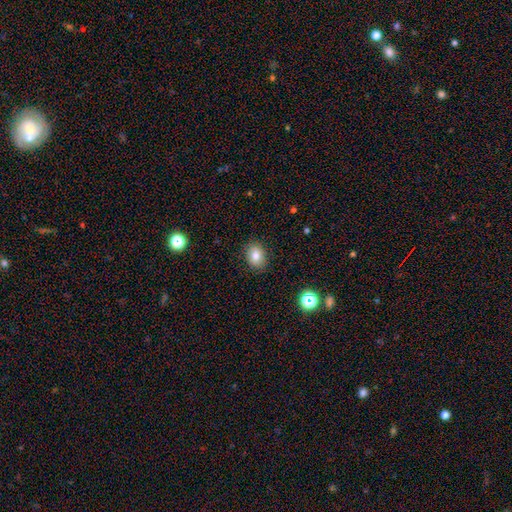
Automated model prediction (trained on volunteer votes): A smooth galaxy with no disk features (78%) that is in between round and cigar-shaped (61%). Merging: none (87%).